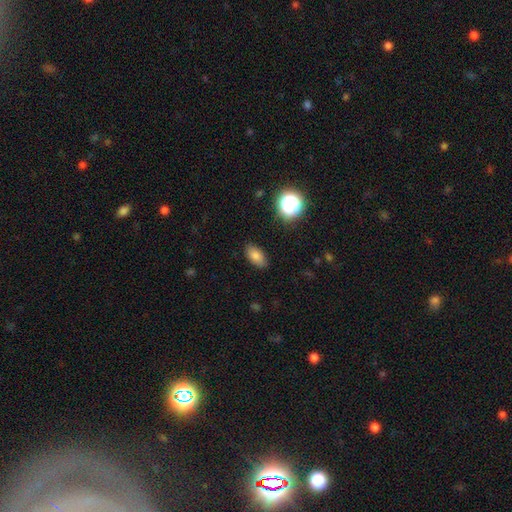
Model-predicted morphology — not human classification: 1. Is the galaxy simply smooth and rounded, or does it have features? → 81% smooth, 11% star or artifact, 8% featured or disk.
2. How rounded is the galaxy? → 90% in between, 7% round, 4% cigar-shaped.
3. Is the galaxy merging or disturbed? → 84% none, 12% minor disturbance, 3% major disturbance, 1% merger.